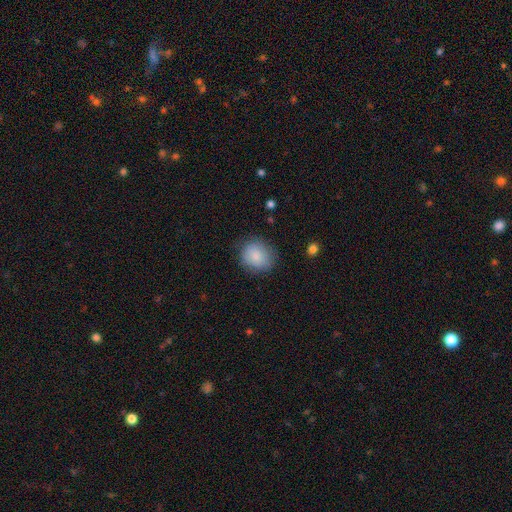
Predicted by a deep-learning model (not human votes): A smooth galaxy with no disk features (85%) that is round (76%).

Vote fractions:
- Smooth or featured? smooth: 85% / featured or disk: 8% / star or artifact: 8%
- How rounded? round: 76% / in between: 23% / cigar-shaped: 1%
- Merging? none: 79% / minor disturbance: 15% / major disturbance: 4% / merger: 1%